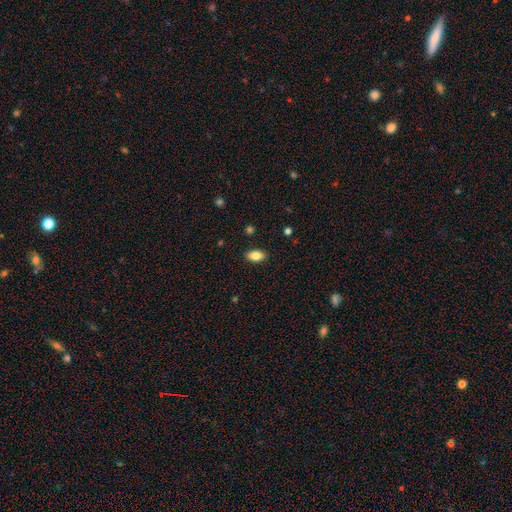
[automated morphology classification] A smooth galaxy with no disk features (81%) that is in between round and cigar-shaped (90%).

Vote fractions:
- Smooth or featured? smooth: 81% / featured or disk: 11% / star or artifact: 8%
- How rounded? in between: 90% / round: 5% / cigar-shaped: 5%
- Merging? none: 88% / minor disturbance: 8% / major disturbance: 2% / merger: 1%